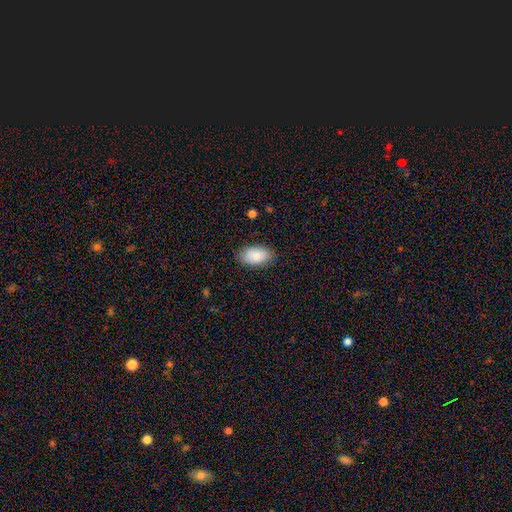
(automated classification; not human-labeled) Smooth or featured: smooth — 86% (featured or disk — 7%)
How rounded: in between — 94% (round — 4%)
Merging: none — 85% (minor disturbance — 11%)